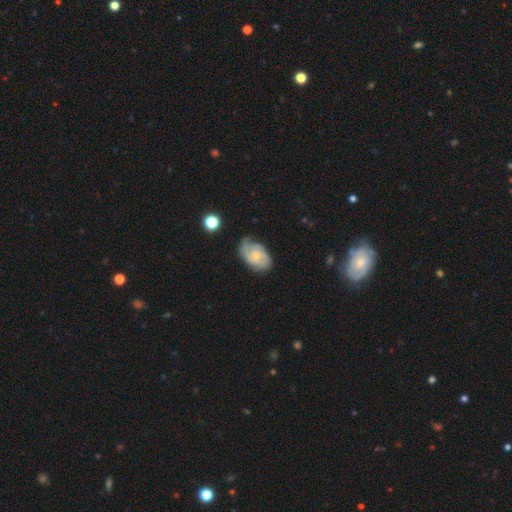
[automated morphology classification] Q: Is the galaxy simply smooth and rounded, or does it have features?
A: featured or disk — 69%.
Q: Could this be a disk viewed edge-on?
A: no — 96%.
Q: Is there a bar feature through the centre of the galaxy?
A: no — 69%.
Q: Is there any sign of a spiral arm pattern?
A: yes — 92%.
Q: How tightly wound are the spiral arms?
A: tight — 46%.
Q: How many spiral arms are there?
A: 2 — 55%.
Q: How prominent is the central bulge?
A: small — 67%.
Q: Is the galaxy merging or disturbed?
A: none — 62%.